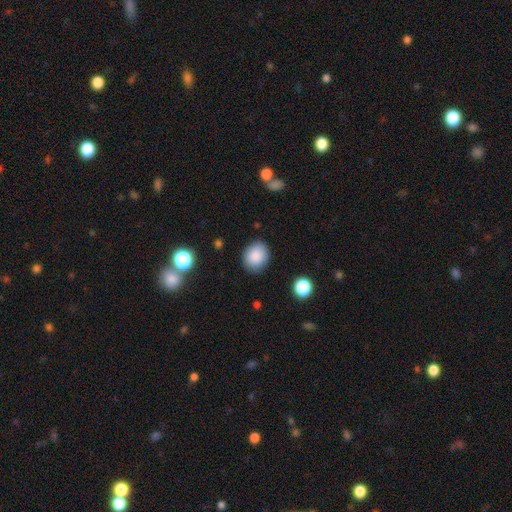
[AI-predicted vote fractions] smooth 87%, star or artifact 9%, featured or disk 5%. Down the decision tree: how rounded — round (65%); merging — none (86%).